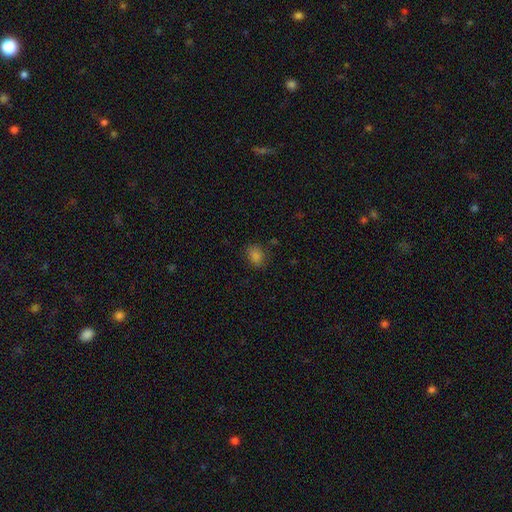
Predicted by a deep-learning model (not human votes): smooth 81%, star or artifact 14%, featured or disk 5%. Down the decision tree: how rounded — in between (58%); merging — none (78%).